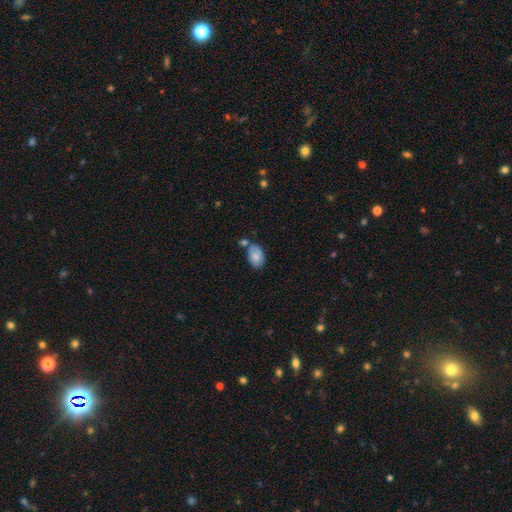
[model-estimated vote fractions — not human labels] smooth-or-featured: smooth: 79% | featured or disk: 15% | star or artifact: 7%
  how-rounded: in between: 91% | round: 8% | cigar-shaped: 1%
  merging: none: 54% | minor disturbance: 22% | merger: 18% | major disturbance: 5%